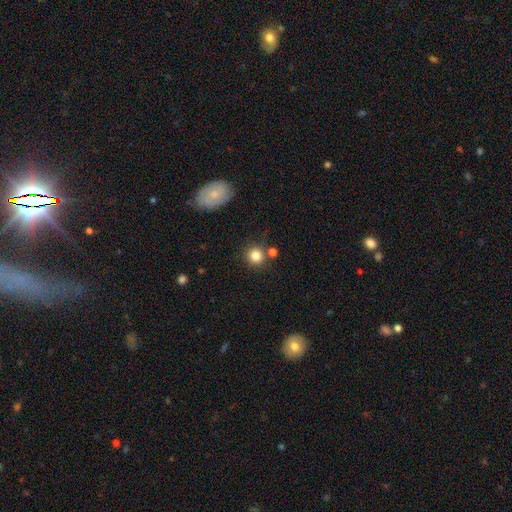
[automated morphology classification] smooth_or_featured: smooth (p=0.82) [alt: star or artifact p=0.11]
how_rounded: round (p=0.90) [alt: in between p=0.09]
merging: none (p=0.77) [alt: merger p=0.11]